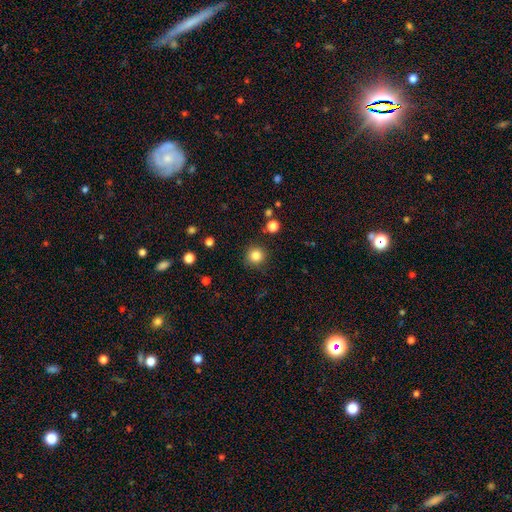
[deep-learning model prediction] Smooth or featured: smooth — 83% (star or artifact — 11%)
How rounded: round — 94% (in between — 5%)
Merging: none — 88% (minor disturbance — 7%)